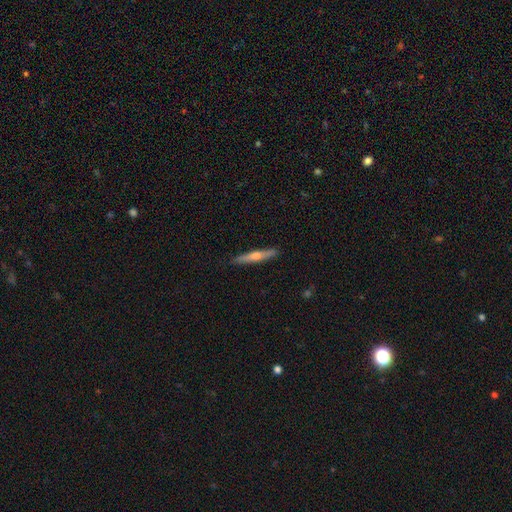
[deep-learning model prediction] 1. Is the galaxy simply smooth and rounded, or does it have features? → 58% featured or disk, 36% smooth, 6% star or artifact.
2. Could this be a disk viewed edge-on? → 96% yes, 4% no.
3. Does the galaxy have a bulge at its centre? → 87% rounded, 10% none, 3% boxy.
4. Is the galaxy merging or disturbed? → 90% none, 7% minor disturbance, 1% major disturbance, 1% merger.